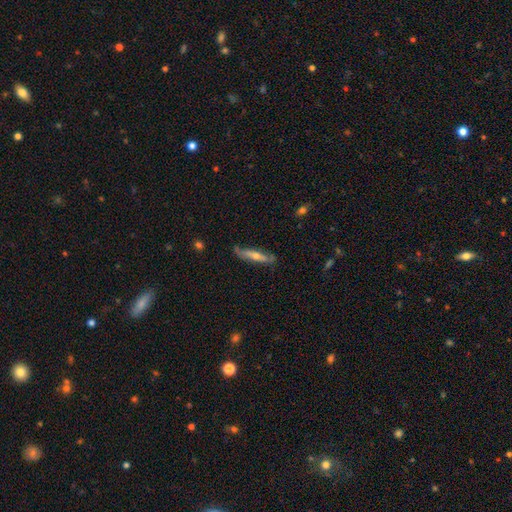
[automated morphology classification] Smooth or featured? featured or disk (59%)
Edge-on disk? yes (80%)
Merging? none (80%)